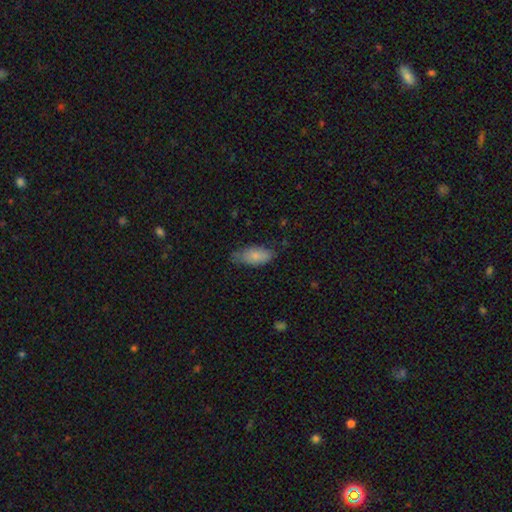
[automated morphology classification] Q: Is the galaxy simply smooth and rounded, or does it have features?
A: smooth — 80%.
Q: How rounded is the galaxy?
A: in between — 90%.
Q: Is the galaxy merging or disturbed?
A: none — 59%.